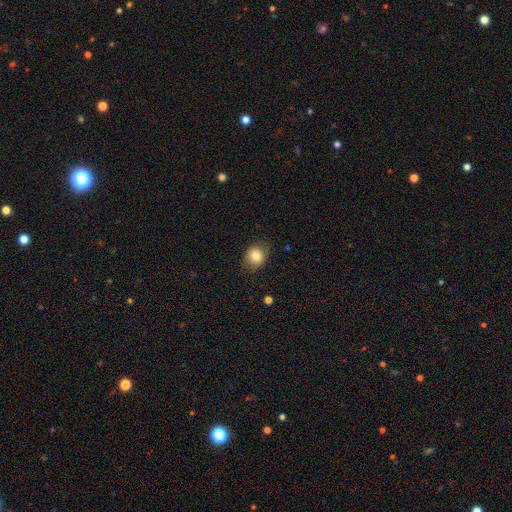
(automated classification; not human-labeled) Morphology: type=smooth (78%); roundness=round (71%); merging=none (78%).